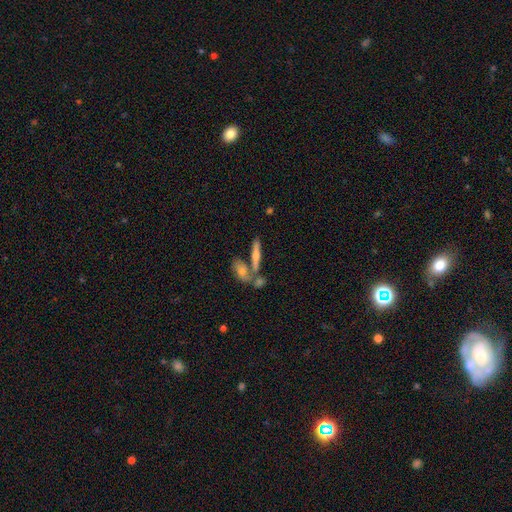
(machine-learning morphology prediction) A featured or disk galaxy (48%). Merging: none (51%).